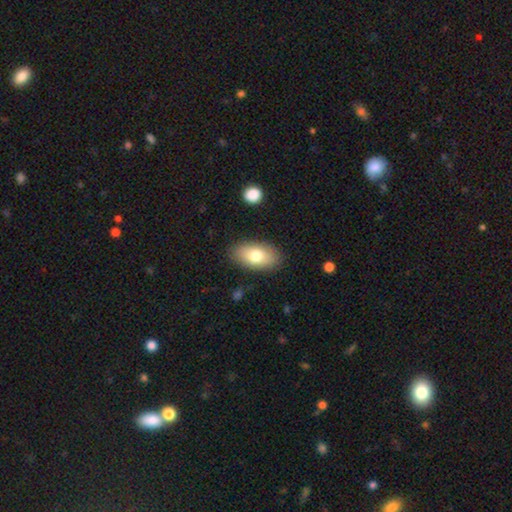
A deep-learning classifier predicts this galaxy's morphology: Smooth or featured: smooth — 75% (featured or disk — 18%)
How rounded: in between — 92% (round — 5%)
Merging: none — 85% (minor disturbance — 10%)